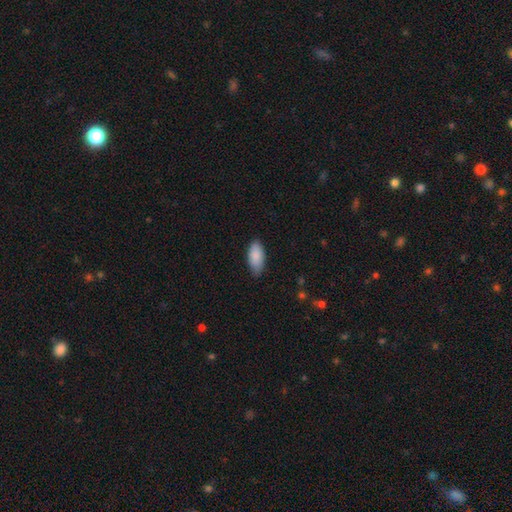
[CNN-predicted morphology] Smooth or featured? smooth (88%)
How rounded? in between (90%)
Merging? none (79%)